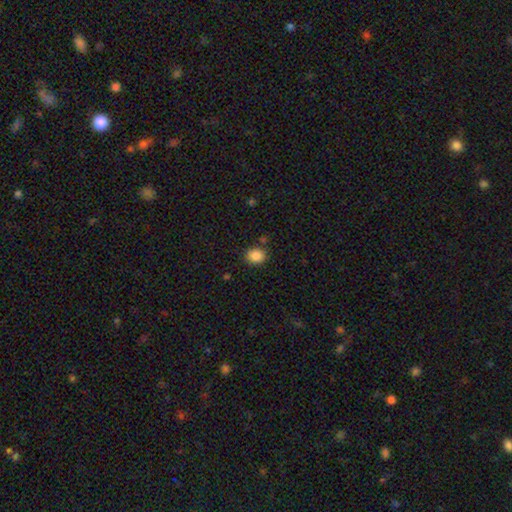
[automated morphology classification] Q: Smooth or featured?
A: smooth (87%); runner-up: star or artifact (10%)
Q: How rounded?
A: round (60%); runner-up: in between (39%)
Q: Merging?
A: none (84%); runner-up: minor disturbance (10%)